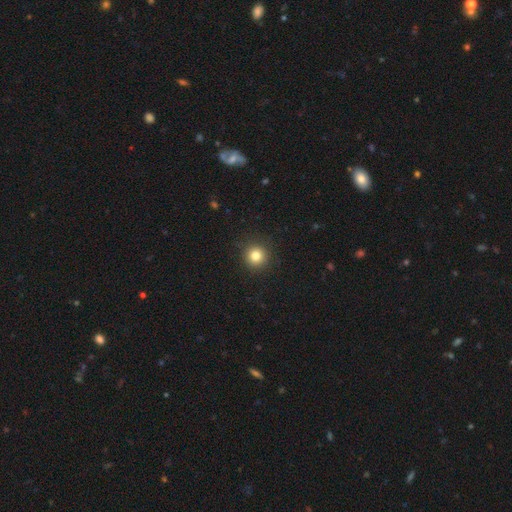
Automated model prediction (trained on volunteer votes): Smooth or featured: smooth — 81% (star or artifact — 12%)
How rounded: round — 95% (in between — 4%)
Merging: none — 91% (minor disturbance — 5%)